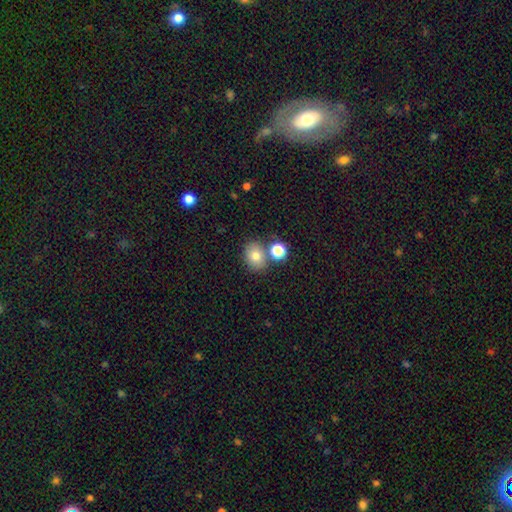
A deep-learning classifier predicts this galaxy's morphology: Smooth or featured? smooth (77%)
How rounded? round (59%)
Merging? none (67%)